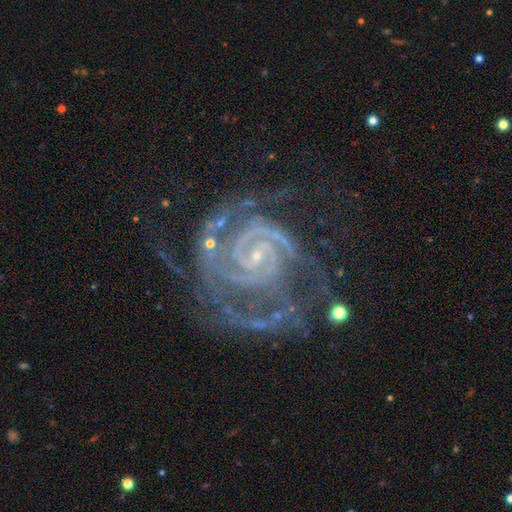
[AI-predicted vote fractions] Smooth or featured? featured or disk (92%)
Edge-on disk? no (98%)
Bar? no (48%)
Spiral arms? yes (99%)
Spiral winding? tight (76%)
Spiral arm count? 2 (57%)
Bulge size? small (85%)
Merging? none (52%)